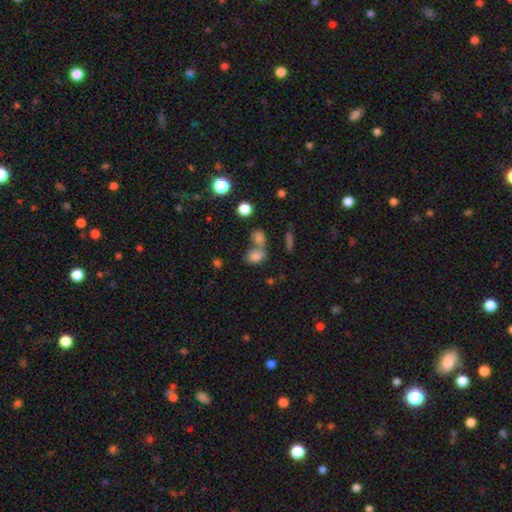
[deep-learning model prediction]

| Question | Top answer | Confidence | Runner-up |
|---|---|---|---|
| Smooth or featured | smooth | 79% | star or artifact (13%) |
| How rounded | in between | 66% | round (32%) |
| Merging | merger | 44% | none (40%) |